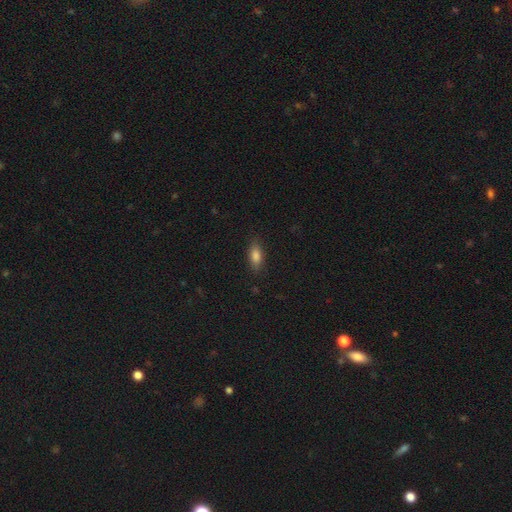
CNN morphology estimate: Smooth or featured: smooth — 83% (featured or disk — 9%)
How rounded: in between — 83% (cigar-shaped — 14%)
Merging: none — 86% (minor disturbance — 11%)